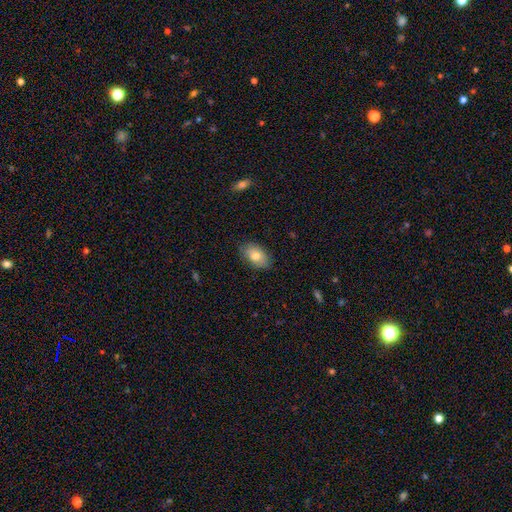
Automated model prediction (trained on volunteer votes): Smooth or featured: smooth — 78% (featured or disk — 14%)
How rounded: in between — 91% (round — 7%)
Merging: none — 83% (minor disturbance — 13%)